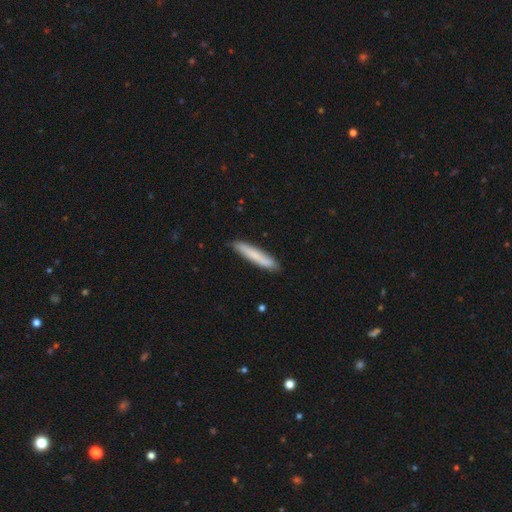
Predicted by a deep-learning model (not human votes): smooth-or-featured: smooth: 71% | featured or disk: 23% | star or artifact: 6%
  how-rounded: cigar-shaped: 93% | in between: 6% | round: 1%
  merging: none: 87% | minor disturbance: 10% | major disturbance: 2% | merger: 1%